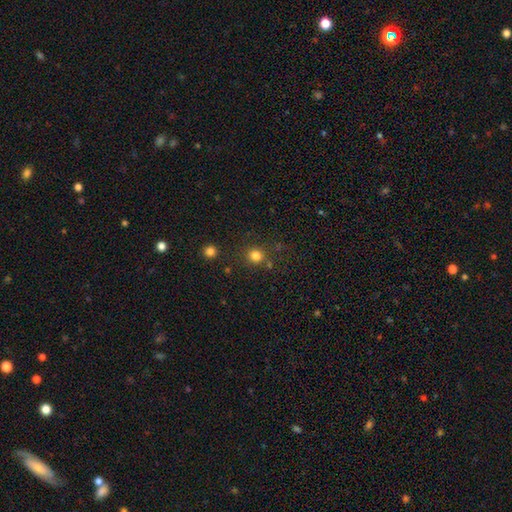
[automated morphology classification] This appears to be a smooth galaxy with no disk features (80%) that is round (90%). Merging: none (80%).